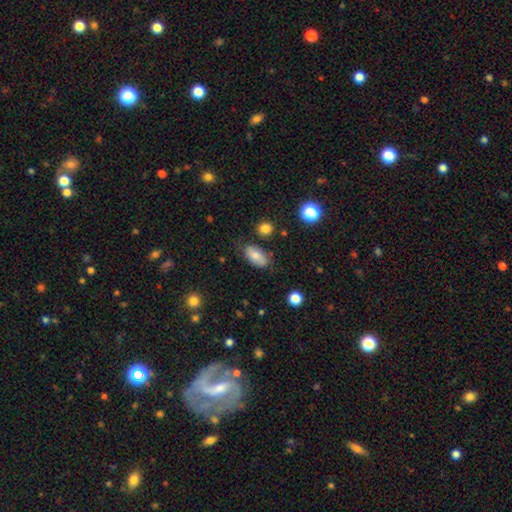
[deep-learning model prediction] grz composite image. It shows a smooth galaxy with no disk features (77%) that is in between round and cigar-shaped (91%). Merging: none (68%).